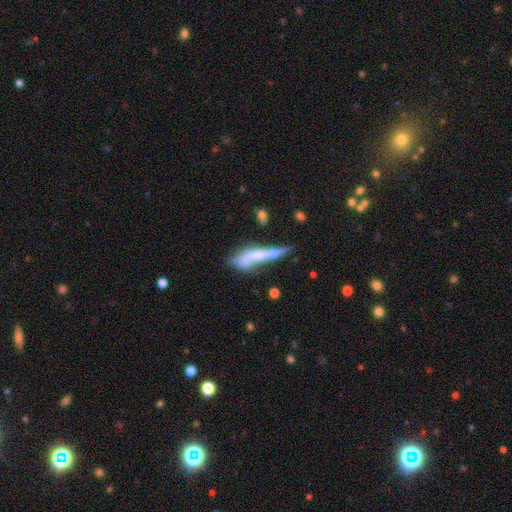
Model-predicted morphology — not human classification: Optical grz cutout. It shows a smooth galaxy with no disk features (49%). Merging: merger (29%).